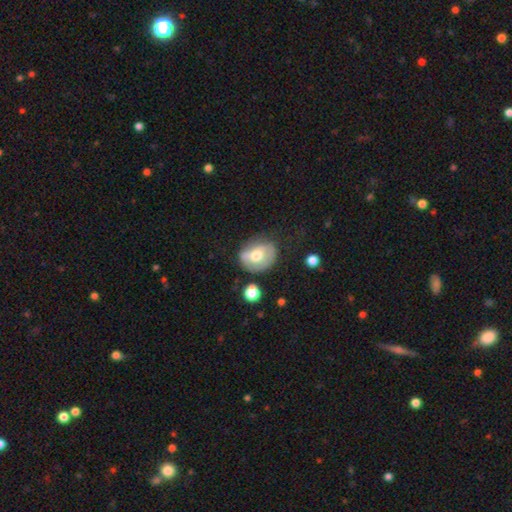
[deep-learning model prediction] Morphology: type=smooth (51%); roundness=round (50%); merging=none (50%).